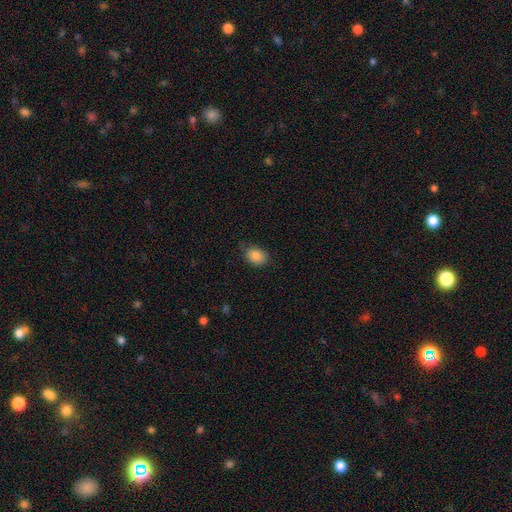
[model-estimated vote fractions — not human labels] Morphology: type=smooth (86%); roundness=in between (73%); merging=none (76%).